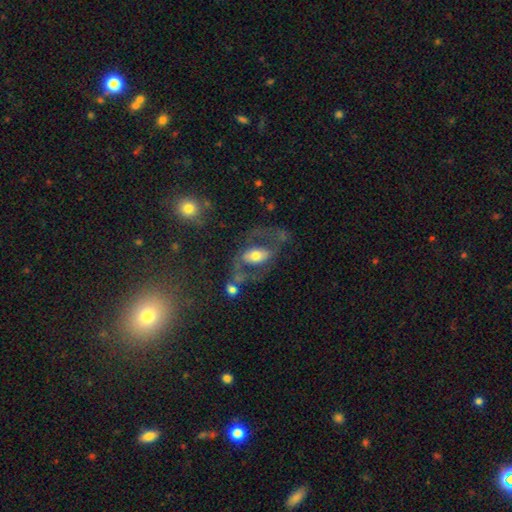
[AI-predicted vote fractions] Smooth or featured: featured or disk — 56% (smooth — 36%)
Edge-on disk: no — 91% (yes — 9%)
Bar: no — 47% (weak — 28%)
Spiral arms: yes — 53% (no — 47%)
Bulge size: moderate — 62% (large — 21%)
Merging: none — 45% (major disturbance — 28%)